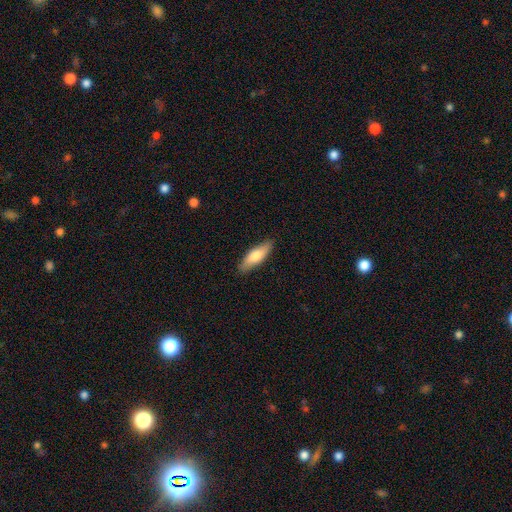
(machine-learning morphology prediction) smooth 71%, featured or disk 23%, star or artifact 5%. Down the decision tree: how rounded — cigar-shaped (50%); merging — none (88%).